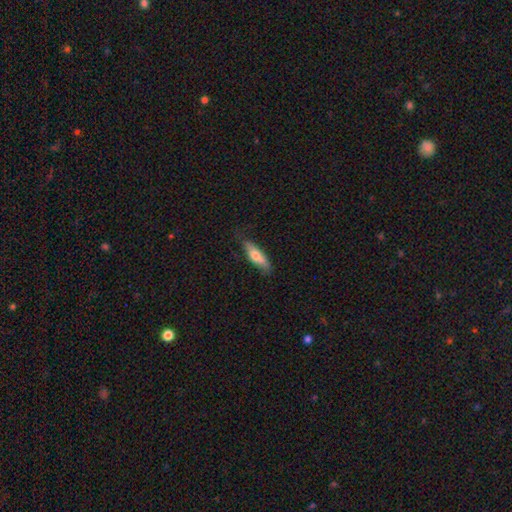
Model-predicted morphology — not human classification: This is likely a smooth galaxy (65%). How rounded: possibly cigar-shaped (51%). Merging: likely none (74%).